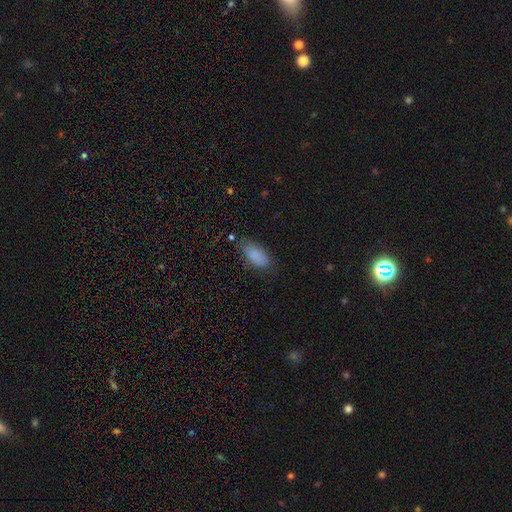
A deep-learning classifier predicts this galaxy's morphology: Smooth or featured? Predicted: smooth (p=0.86). How rounded? Predicted: in between (p=0.87). Merging? Predicted: none (p=0.72).